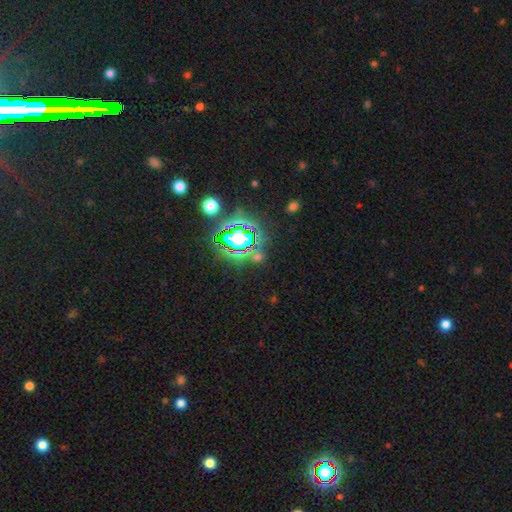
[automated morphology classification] Q: Smooth or featured?
A: star or artifact (71%); runner-up: smooth (17%)